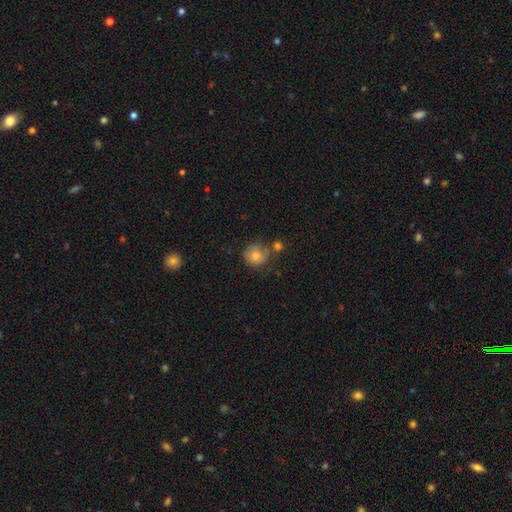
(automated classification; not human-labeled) smooth_or_featured: smooth (p=0.75) [alt: featured or disk p=0.15]
how_rounded: round (p=0.88) [alt: in between p=0.11]
merging: none (p=0.61) [alt: minor disturbance p=0.18]